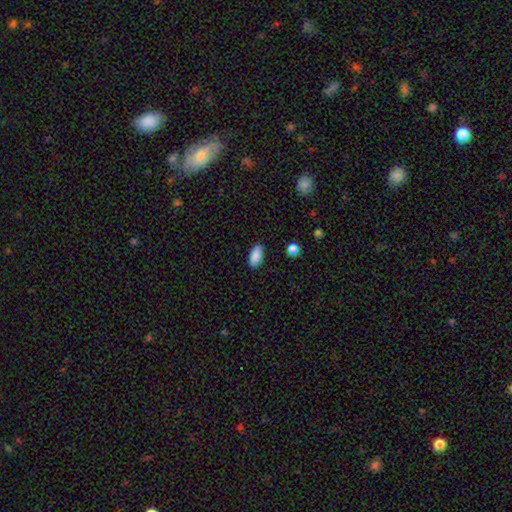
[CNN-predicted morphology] Overall: smooth (89%). How rounded: in between (89%). Merging: none (87%).